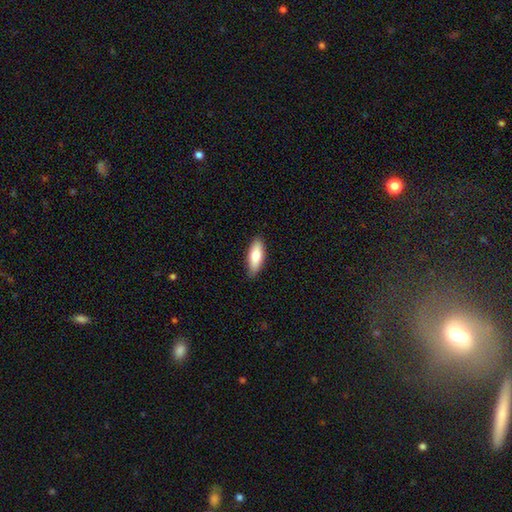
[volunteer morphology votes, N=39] smooth_or_featured: smooth (p=0.82) [alt: featured or disk p=0.13]
how_rounded: in between (p=0.53) [alt: cigar-shaped p=0.47]
merging: none (p=0.81) [alt: minor disturbance p=0.11]